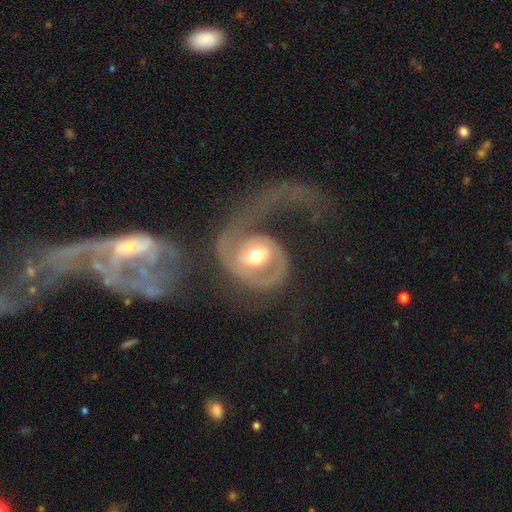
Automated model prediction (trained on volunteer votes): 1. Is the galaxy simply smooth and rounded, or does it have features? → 80% featured or disk, 15% smooth, 6% star or artifact.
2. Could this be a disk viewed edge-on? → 97% no, 3% yes.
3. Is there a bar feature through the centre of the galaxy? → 44% no, 38% weak, 18% strong.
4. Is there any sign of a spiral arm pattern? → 85% yes, 15% no.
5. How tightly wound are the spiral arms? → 39% medium, 33% loose, 29% tight.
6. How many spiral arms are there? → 47% 2, 41% 1, 7% can't tell, 2% 3, 1% 4, 1% more than 4.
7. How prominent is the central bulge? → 71% moderate, 15% large, 11% small, 2% dominant, 1% none.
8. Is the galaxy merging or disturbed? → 52% major disturbance, 30% none, 13% minor disturbance, 5% merger.